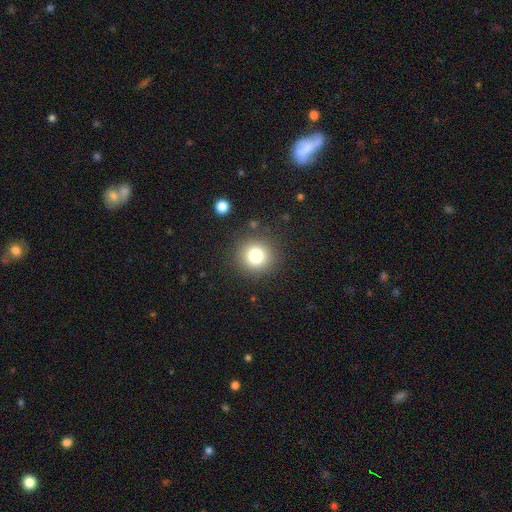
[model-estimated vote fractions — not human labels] Smooth or featured: smooth — 80% (star or artifact — 12%)
How rounded: round — 93% (in between — 6%)
Merging: none — 88% (minor disturbance — 7%)